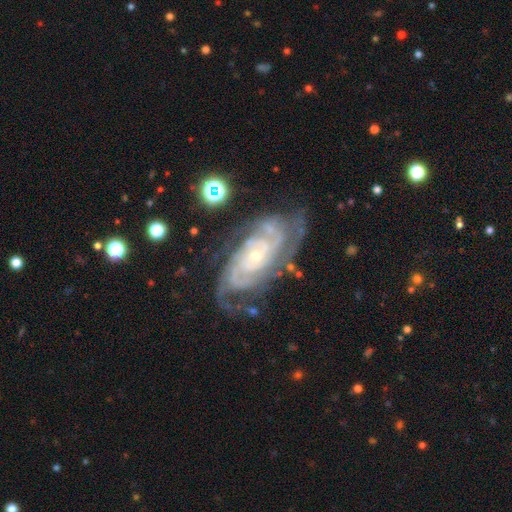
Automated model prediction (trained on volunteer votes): Smooth or featured?
  - featured or disk: 90% *
  - star or artifact: 6%
  - smooth: 4%
Edge-on disk?
  - no: 95% *
  - yes: 5%
Bar?
  - no: 71% *
  - weak: 20%
  - strong: 9%
Spiral arms?
  - yes: 98% *
  - no: 2%
Spiral winding?
  - tight: 73% *
  - medium: 23%
  - loose: 4%
Spiral arm count?
  - 2: 27% *
  - 3: 24%
  - can't tell: 20%
  - 4: 17%
  - more than 4: 7%
  - 1: 6%
Bulge size?
  - small: 76% *
  - moderate: 21%
  - none: 1%
  - large: 1%
  - dominant: 1%
Merging?
  - none: 69% *
  - minor disturbance: 19%
  - major disturbance: 9%
  - merger: 3%